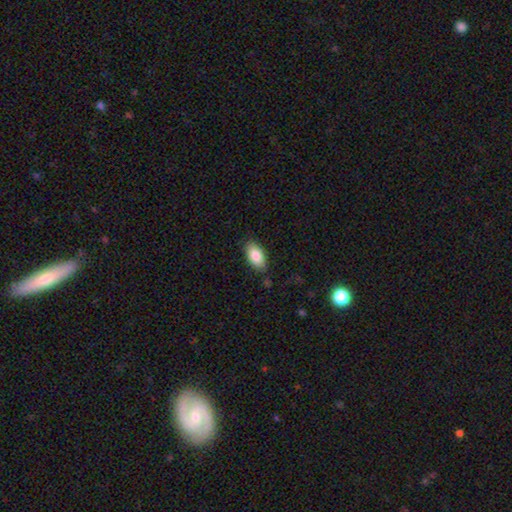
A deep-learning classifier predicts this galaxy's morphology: smooth-or-featured: smooth: 86% | featured or disk: 8% | star or artifact: 7%
  how-rounded: in between: 93% | round: 3% | cigar-shaped: 3%
  merging: none: 84% | minor disturbance: 12% | major disturbance: 3% | merger: 2%